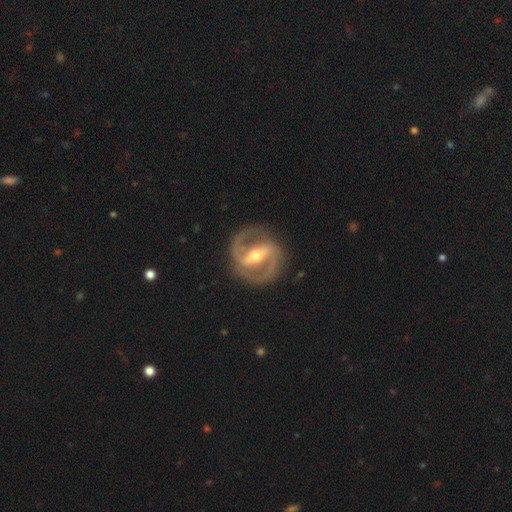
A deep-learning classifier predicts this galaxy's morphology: Smooth or featured? Predicted: featured or disk (p=0.91). Edge-on disk? Predicted: no (p=0.97). Bar? Predicted: strong (p=0.70). Spiral arms? Predicted: yes (p=0.96). Spiral winding? Predicted: medium (p=0.54). Spiral arm count? Predicted: 2 (p=0.92). Bulge size? Predicted: moderate (p=0.57). Merging? Predicted: none (p=0.85).